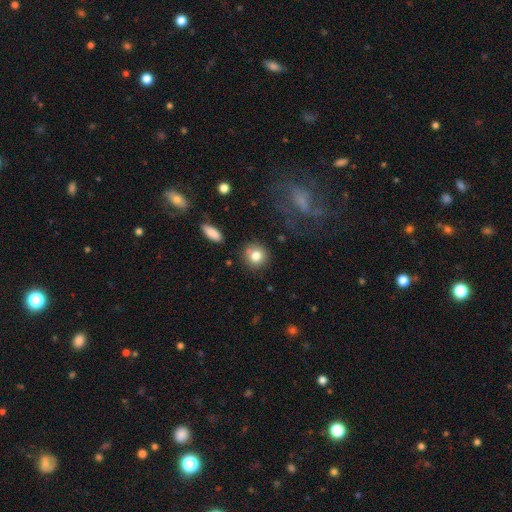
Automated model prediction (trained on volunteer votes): Smooth or featured? smooth (80%)
How rounded? round (89%)
Merging? none (79%)